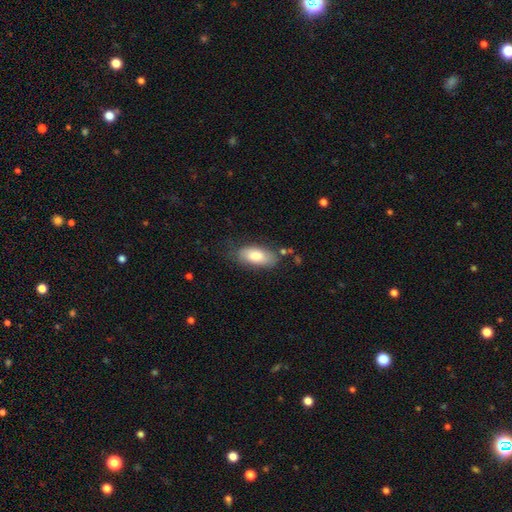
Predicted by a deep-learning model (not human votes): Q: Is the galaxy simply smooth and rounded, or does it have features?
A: smooth — 79%.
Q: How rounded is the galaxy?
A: in between — 87%.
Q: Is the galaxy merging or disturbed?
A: none — 70%.